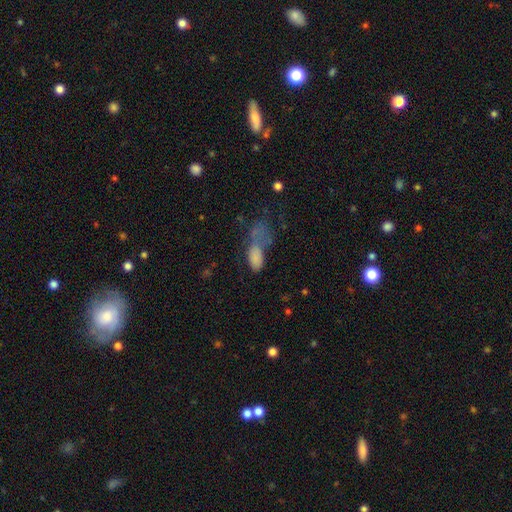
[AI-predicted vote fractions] This is likely a smooth galaxy (75%). How rounded: clearly in between (85%). Merging: marginally major disturbance (42%).